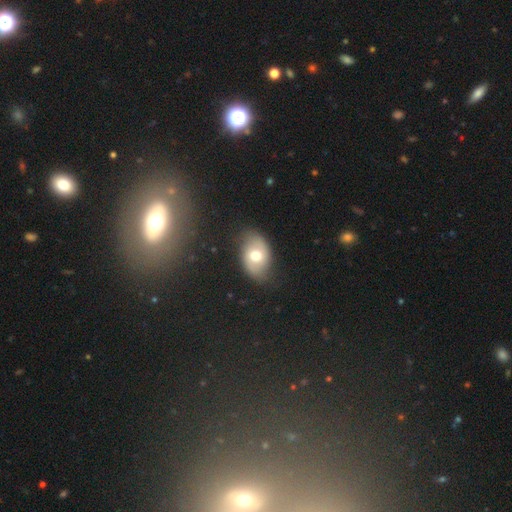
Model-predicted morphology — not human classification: A smooth galaxy with no disk features (63%) that is in between round and cigar-shaped (84%).

Vote fractions:
- Smooth or featured? smooth: 63% / featured or disk: 29% / star or artifact: 8%
- How rounded? in between: 84% / round: 15% / cigar-shaped: 1%
- Merging? none: 77% / minor disturbance: 17% / major disturbance: 5% / merger: 1%